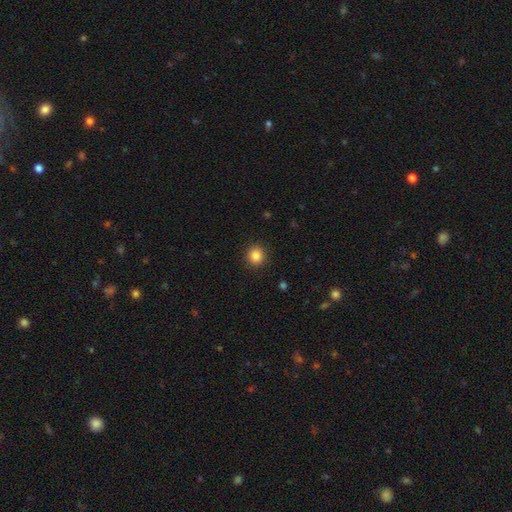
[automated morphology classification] Smooth or featured: smooth — 85% (star or artifact — 10%)
How rounded: round — 89% (in between — 10%)
Merging: none — 91% (minor disturbance — 6%)